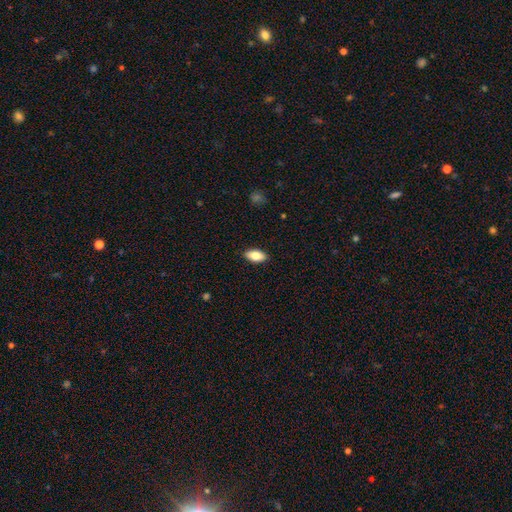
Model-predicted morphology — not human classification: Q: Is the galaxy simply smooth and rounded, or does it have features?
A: smooth — 80%.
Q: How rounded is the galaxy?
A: in between — 90%.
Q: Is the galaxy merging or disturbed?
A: none — 89%.